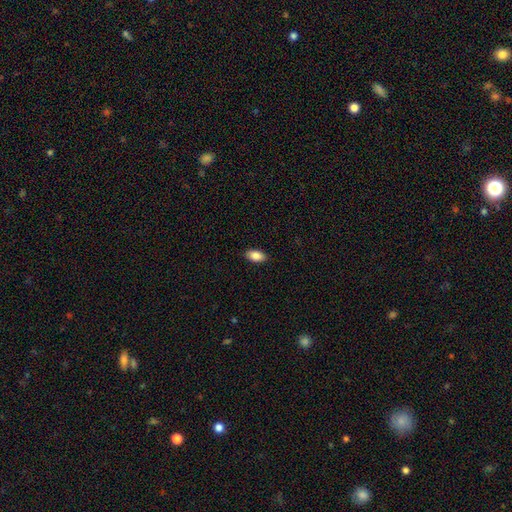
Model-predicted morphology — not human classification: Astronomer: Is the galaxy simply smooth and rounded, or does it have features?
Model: smooth — 86%.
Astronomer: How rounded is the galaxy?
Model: in between — 93%.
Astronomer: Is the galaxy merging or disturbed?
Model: none — 90%.